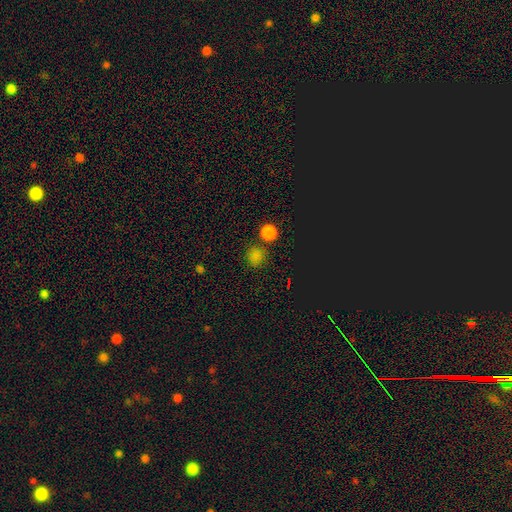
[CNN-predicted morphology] A smooth galaxy with no disk features (71%) that is round (87%). Merging: none (77%).